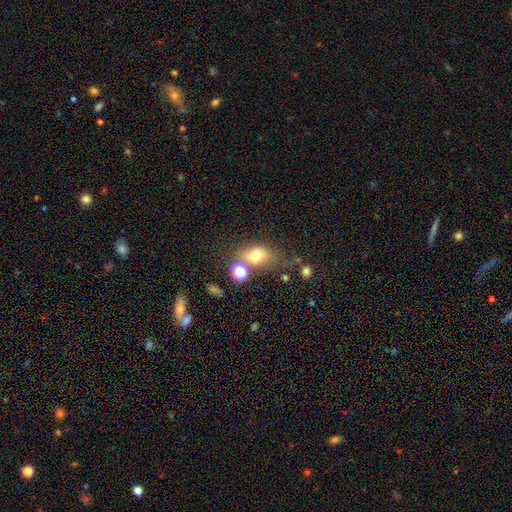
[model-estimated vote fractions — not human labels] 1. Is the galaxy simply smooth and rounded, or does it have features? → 70% smooth, 15% featured or disk, 15% star or artifact.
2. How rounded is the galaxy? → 68% in between, 30% round, 3% cigar-shaped.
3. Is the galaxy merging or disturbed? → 48% none, 20% minor disturbance, 19% merger, 13% major disturbance.